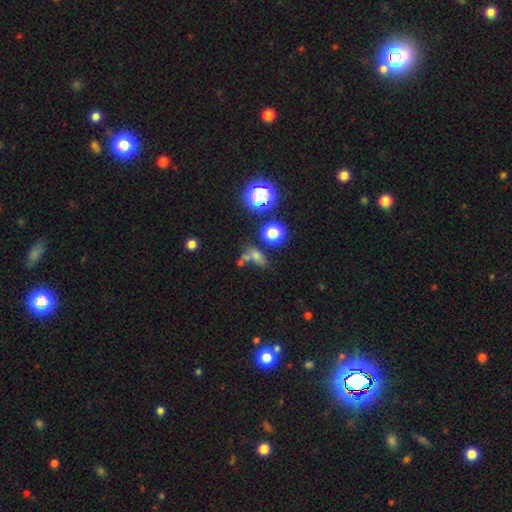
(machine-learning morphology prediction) A smooth galaxy with no disk features (62%) that is in between round and cigar-shaped (62%). Merging: none (49%).